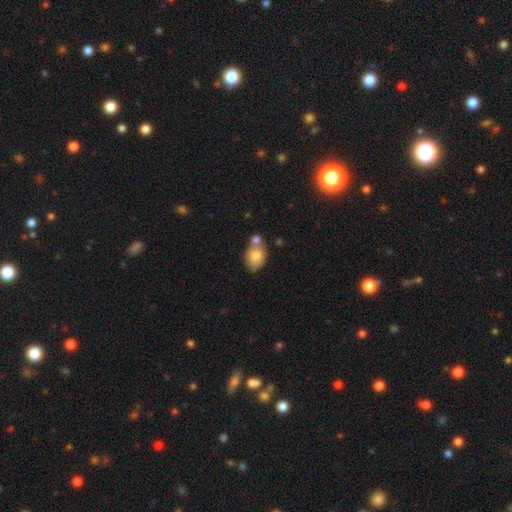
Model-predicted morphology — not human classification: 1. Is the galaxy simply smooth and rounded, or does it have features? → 79% smooth, 14% featured or disk, 8% star or artifact.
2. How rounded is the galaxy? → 73% in between, 26% round, 1% cigar-shaped.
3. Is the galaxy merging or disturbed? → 45% none, 35% merger, 16% minor disturbance, 4% major disturbance.